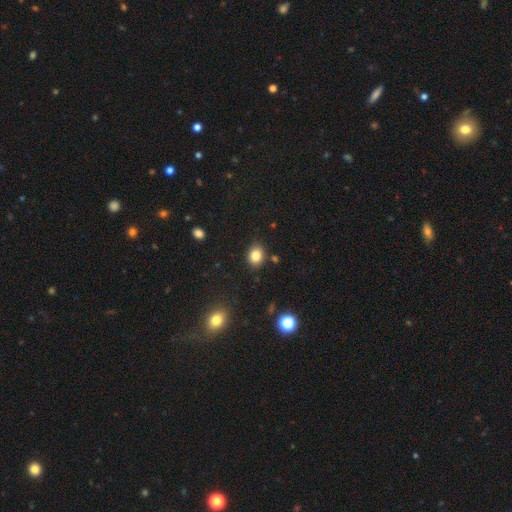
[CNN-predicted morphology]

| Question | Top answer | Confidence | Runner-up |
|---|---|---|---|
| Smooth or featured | smooth | 83% | star or artifact (11%) |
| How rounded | round | 51% | in between (48%) |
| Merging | none | 84% | minor disturbance (11%) |